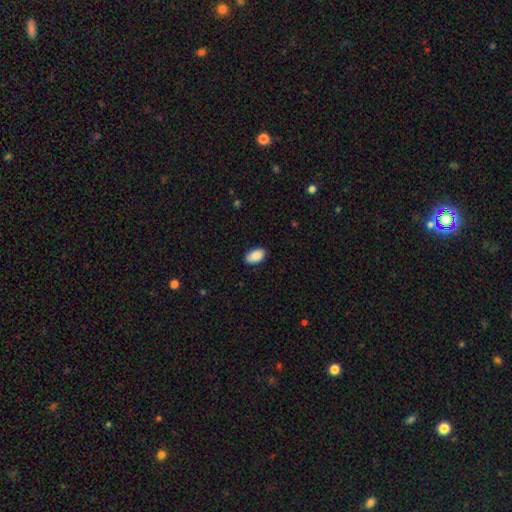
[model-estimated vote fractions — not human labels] smooth_or_featured: smooth (p=0.90) [alt: star or artifact p=0.07]
how_rounded: in between (p=0.94) [alt: round p=0.05]
merging: none (p=0.83) [alt: minor disturbance p=0.13]